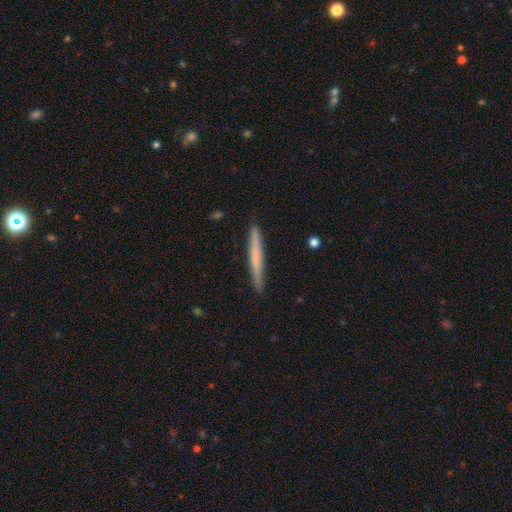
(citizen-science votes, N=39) smooth_or_featured: smooth (p=0.49) [tied with: featured or disk p=0.49]
how_rounded: cigar-shaped (p=0.95) [alt: in between p=0.05]
merging: none (p=0.97) [alt: minor disturbance p=0.03]